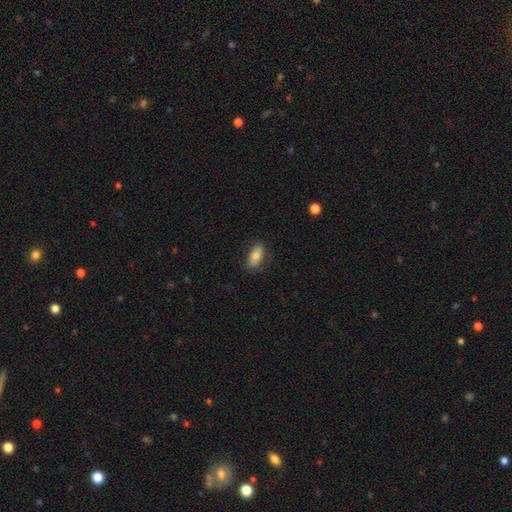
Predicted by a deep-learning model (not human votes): Q: Smooth or featured?
A: smooth (78%); runner-up: featured or disk (14%)
Q: How rounded?
A: in between (90%); runner-up: cigar-shaped (6%)
Q: Merging?
A: none (83%); runner-up: minor disturbance (13%)